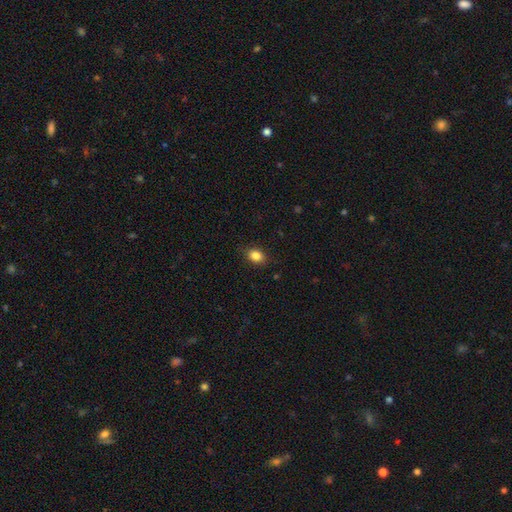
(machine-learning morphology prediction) The model was most divided on "how rounded": in between: 64%, round: 35%, cigar-shaped: 1%. More confident: smooth or featured — smooth (85%); merging — none (85%).